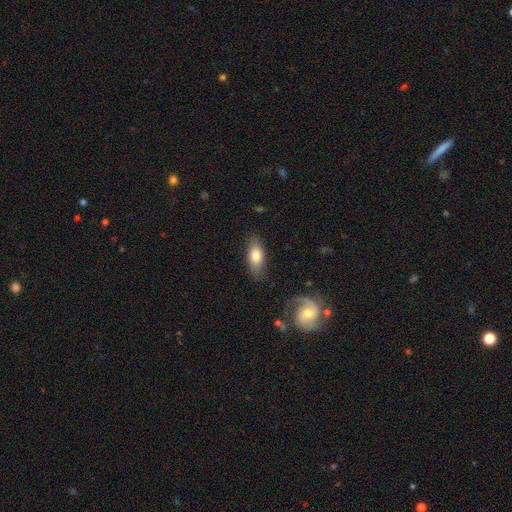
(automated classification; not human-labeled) Morphology: type=smooth (73%); roundness=in between (81%); merging=none (80%).